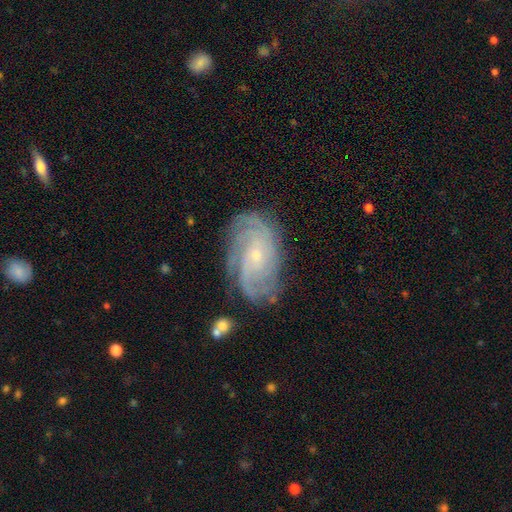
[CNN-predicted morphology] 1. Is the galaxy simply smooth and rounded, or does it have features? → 86% featured or disk, 8% smooth, 6% star or artifact.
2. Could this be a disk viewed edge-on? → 96% no, 4% yes.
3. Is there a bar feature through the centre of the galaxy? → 69% no, 25% weak, 6% strong.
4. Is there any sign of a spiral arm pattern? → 97% yes, 3% no.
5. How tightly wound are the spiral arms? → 65% tight, 28% medium, 7% loose.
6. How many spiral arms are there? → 25% can't tell, 24% 4, 21% 3, 14% 2, 9% more than 4, 6% 1.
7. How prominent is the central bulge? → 80% small, 17% moderate, 2% none, 1% large, 1% dominant.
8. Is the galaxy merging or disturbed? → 75% none, 17% minor disturbance, 6% major disturbance, 2% merger.